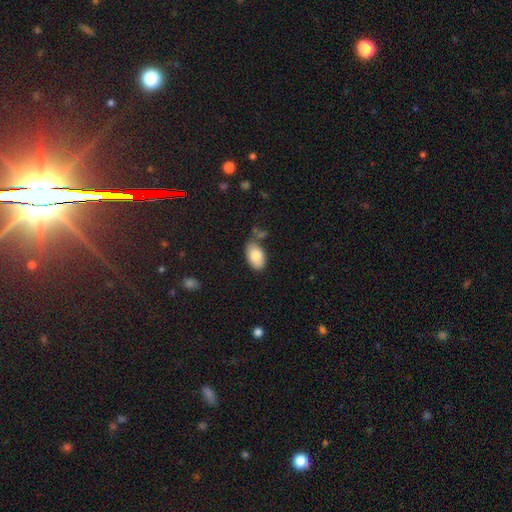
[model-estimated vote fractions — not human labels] This is clearly a smooth galaxy (82%). How rounded: clearly in between (94%). Merging: likely none (73%).